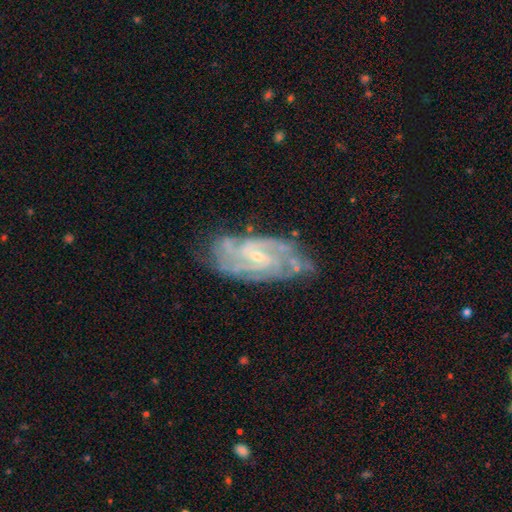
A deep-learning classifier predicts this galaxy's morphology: type=featured or disk (89%); edge-on=no (95%); bar=weak (47%); spiral arms=yes (97%); winding=tight (57%); arm count=2 (27%); bulge=small (74%); merging=none (70%).